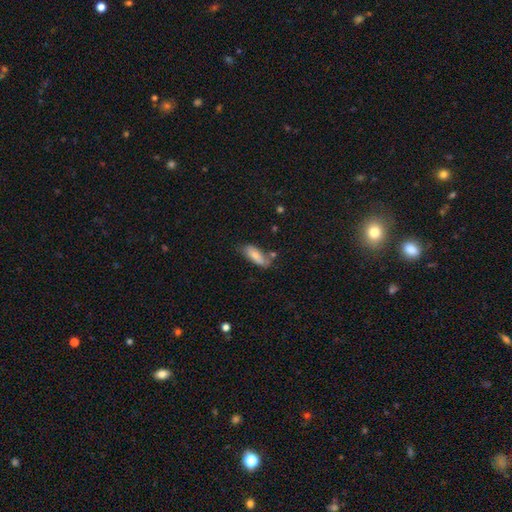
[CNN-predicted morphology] smooth_or_featured: smooth (p=0.75) [alt: featured or disk p=0.18]
how_rounded: in between (p=0.70) [alt: cigar-shaped p=0.28]
merging: none (p=0.56) [alt: minor disturbance p=0.26]